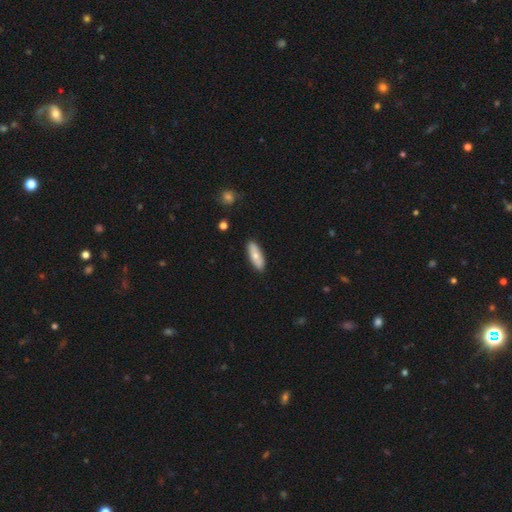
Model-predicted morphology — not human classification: A smooth galaxy with no disk features (68%) that is in between round and cigar-shaped (63%). Merging: none (87%).